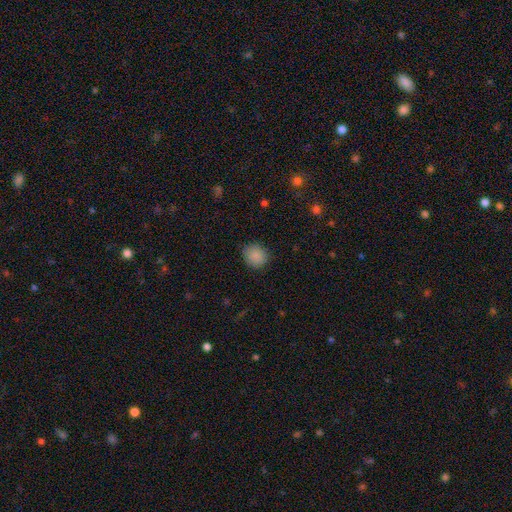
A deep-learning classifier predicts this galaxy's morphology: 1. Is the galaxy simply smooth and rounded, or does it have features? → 87% smooth, 9% star or artifact, 3% featured or disk.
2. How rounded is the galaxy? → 80% round, 19% in between, 1% cigar-shaped.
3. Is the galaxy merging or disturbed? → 87% none, 9% minor disturbance, 3% major disturbance, 1% merger.